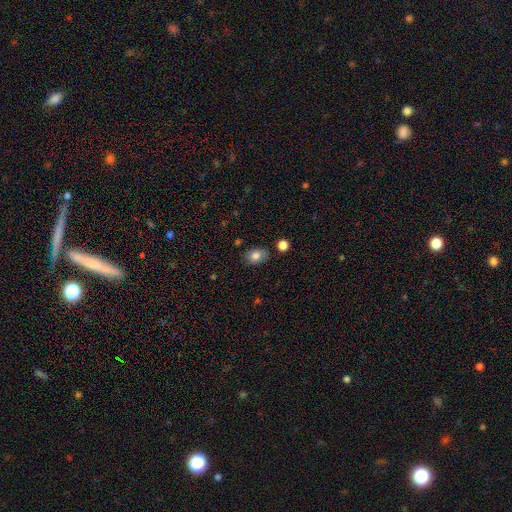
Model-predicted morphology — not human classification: Smooth or featured: smooth — 81% (featured or disk — 10%)
How rounded: in between — 69% (round — 30%)
Merging: none — 80% (minor disturbance — 15%)